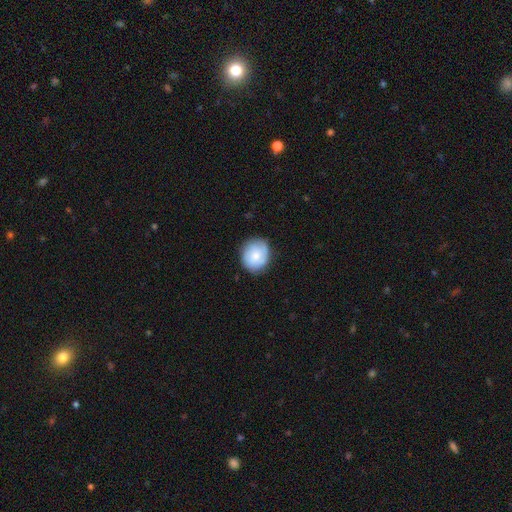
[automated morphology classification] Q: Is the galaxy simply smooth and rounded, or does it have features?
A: smooth — 70%.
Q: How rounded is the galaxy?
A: round — 78%.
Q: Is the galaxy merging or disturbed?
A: none — 79%.